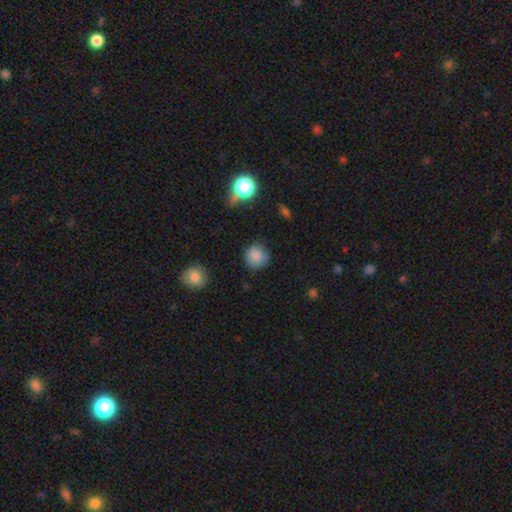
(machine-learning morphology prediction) Smooth or featured: smooth — 83% (star or artifact — 11%)
How rounded: round — 89% (in between — 10%)
Merging: none — 76% (minor disturbance — 17%)